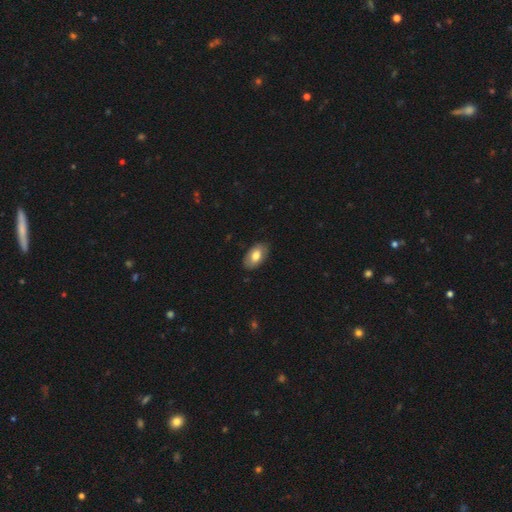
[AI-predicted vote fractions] This appears to be a smooth galaxy with no disk features (73%) that is in between round and cigar-shaped (93%). Merging: none (81%).